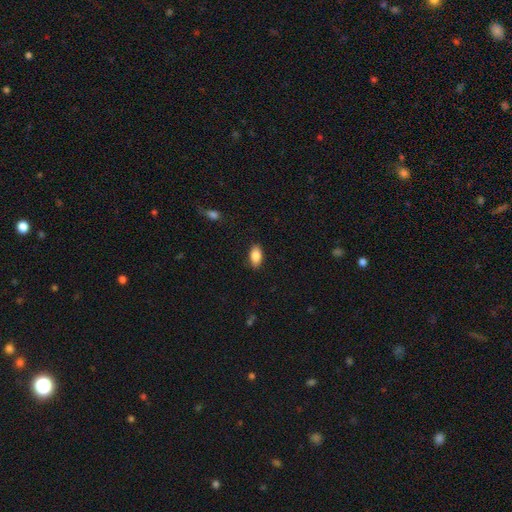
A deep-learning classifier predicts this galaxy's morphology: smooth_or_featured: smooth (p=0.86) [alt: star or artifact p=0.07]
how_rounded: in between (p=0.92) [alt: cigar-shaped p=0.04]
merging: none (p=0.87) [alt: minor disturbance p=0.09]